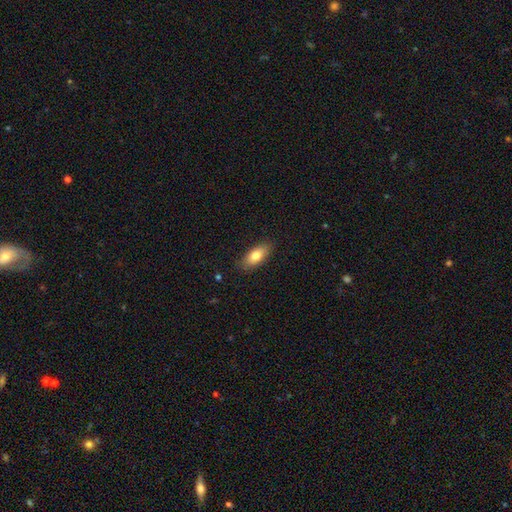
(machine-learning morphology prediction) Smooth or featured? Predicted: smooth (p=0.77). How rounded? Predicted: in between (p=0.84). Merging? Predicted: none (p=0.86).